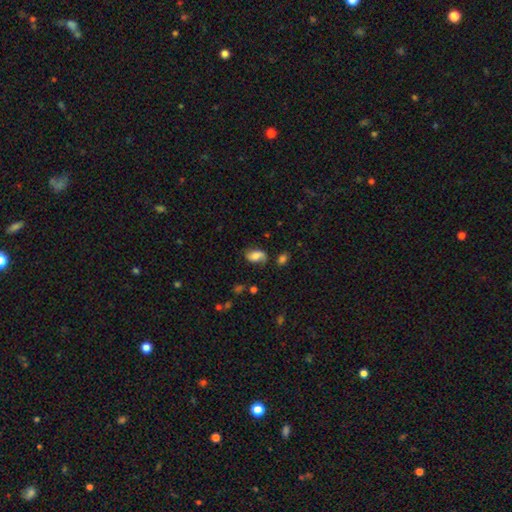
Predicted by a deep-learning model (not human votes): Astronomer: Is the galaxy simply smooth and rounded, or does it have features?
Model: featured or disk — 48% (runner-up: smooth, 42%).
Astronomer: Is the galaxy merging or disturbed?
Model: none — 59%.